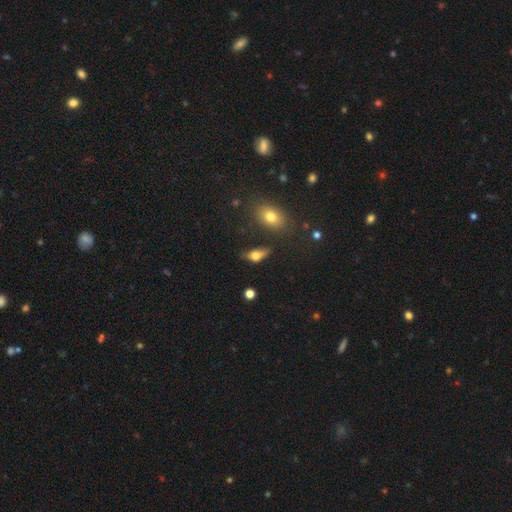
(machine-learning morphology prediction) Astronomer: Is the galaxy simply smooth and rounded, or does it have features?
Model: smooth — 65%.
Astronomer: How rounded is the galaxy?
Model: in between — 74%.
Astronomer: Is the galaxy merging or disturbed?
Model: none — 58%.